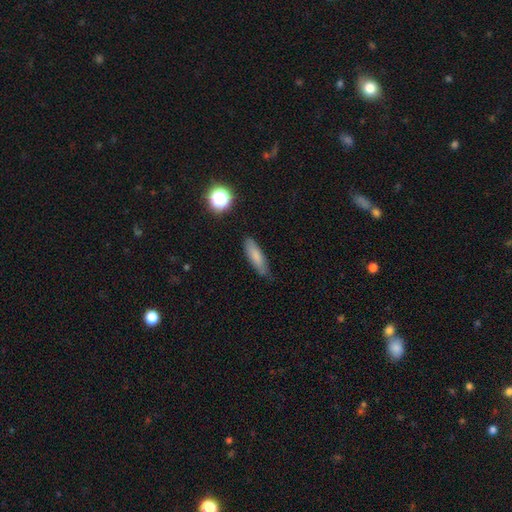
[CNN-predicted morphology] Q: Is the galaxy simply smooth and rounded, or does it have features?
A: smooth — 80%.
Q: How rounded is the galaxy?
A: cigar-shaped — 58%.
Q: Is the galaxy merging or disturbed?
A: none — 79%.